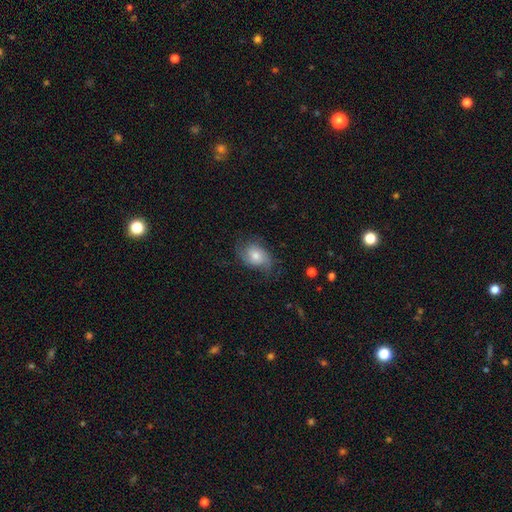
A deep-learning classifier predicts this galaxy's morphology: A featured or disk galaxy (55%) with no bar (73%), spiral arms (88%) and a moderate central bulge (57%).

Vote fractions:
- Smooth or featured? featured or disk: 55% / smooth: 36% / star or artifact: 9%
- Edge-on disk? no: 96% / yes: 4%
- Bar? no: 73% / weak: 23% / strong: 4%
- Spiral arms? yes: 88% / no: 12%
- Bulge size? moderate: 57% / small: 29% / large: 10% / none: 3% / dominant: 2%
- Merging? none: 62% / minor disturbance: 24% / major disturbance: 13% / merger: 1%